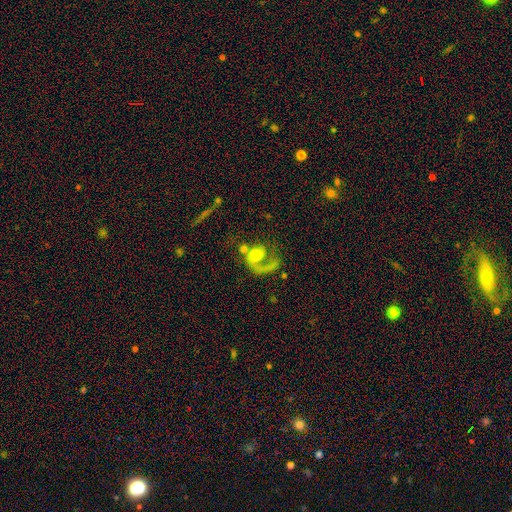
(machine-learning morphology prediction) The model was most divided on "merging": major disturbance: 35%, none: 30%, merger: 23%, minor disturbance: 12%. More confident: edge-on disk — no (98%); spiral arm count — 1 (87%); spiral arms — yes (87%); bar — no (73%); smooth or featured — featured or disk (70%); bulge size — moderate (51%); spiral winding — loose (51%).